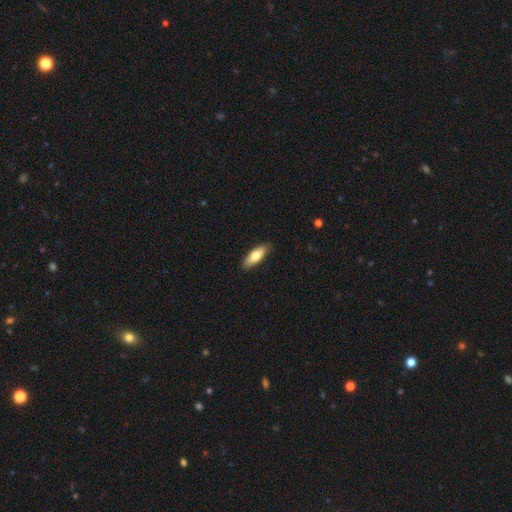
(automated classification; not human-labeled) This is likely a smooth galaxy (71%). How rounded: possibly in between (59%). Merging: clearly none (88%).